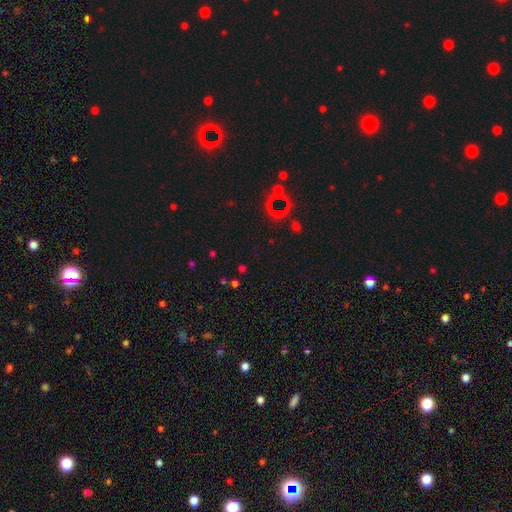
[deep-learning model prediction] The model was most divided on "smooth or featured": star or artifact: 60%, smooth: 29%, featured or disk: 11%.